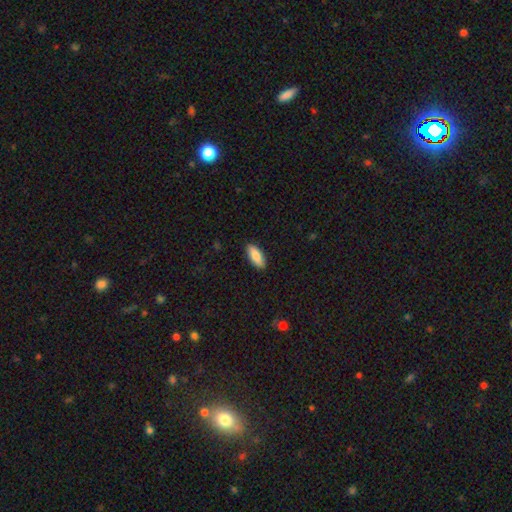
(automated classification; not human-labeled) Smooth or featured? Predicted: smooth (p=0.85). How rounded? Predicted: in between (p=0.81). Merging? Predicted: none (p=0.89).